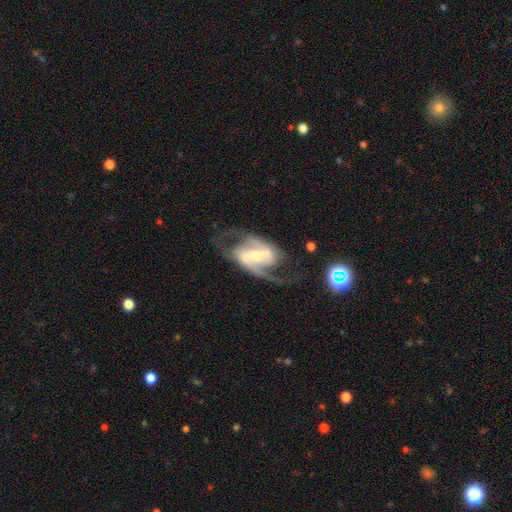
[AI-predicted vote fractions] Smooth or featured? Predicted: featured or disk (p=0.89). Edge-on disk? Predicted: no (p=0.96). Bar? Predicted: strong (p=0.65). Spiral arms? Predicted: yes (p=0.95). Spiral winding? Predicted: medium (p=0.52). Spiral arm count? Predicted: 2 (p=0.90). Bulge size? Predicted: small (p=0.50). Merging? Predicted: none (p=0.66).